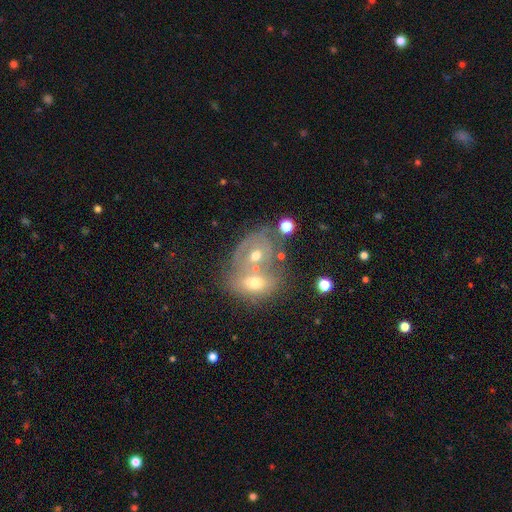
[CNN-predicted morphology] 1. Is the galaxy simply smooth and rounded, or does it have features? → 46% featured or disk, 42% smooth, 12% star or artifact.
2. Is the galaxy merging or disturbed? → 61% merger, 22% none, 10% minor disturbance, 7% major disturbance.